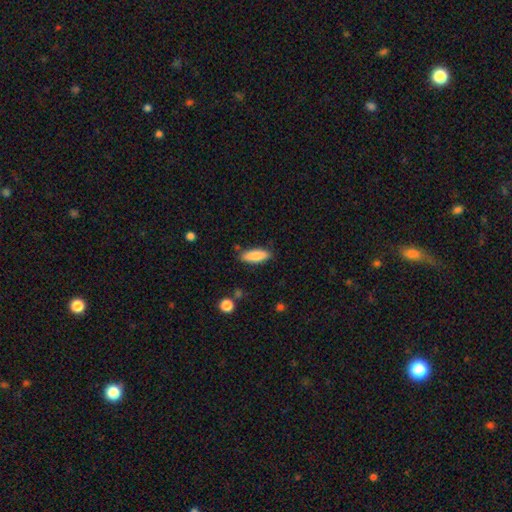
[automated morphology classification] The model was most divided on "how rounded": in between: 61%, cigar-shaped: 38%, round: 2%. More confident: merging — none (83%); smooth or featured — smooth (83%).